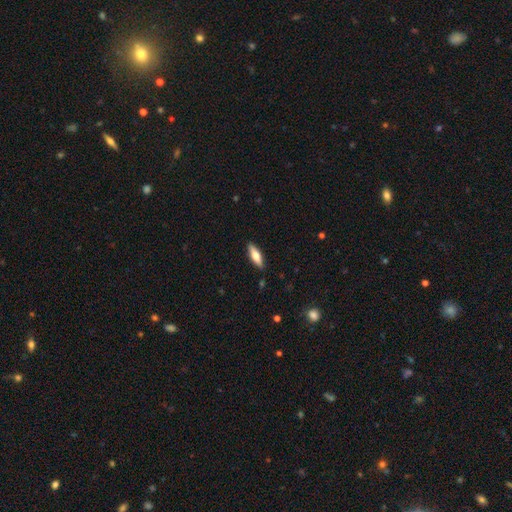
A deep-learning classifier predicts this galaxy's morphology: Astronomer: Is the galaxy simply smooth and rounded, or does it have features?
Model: smooth — 57% (runner-up: featured or disk, 38%).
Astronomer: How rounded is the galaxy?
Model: cigar-shaped — 53% (runner-up: in between, 45%).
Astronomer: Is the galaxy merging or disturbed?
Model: none — 88%.